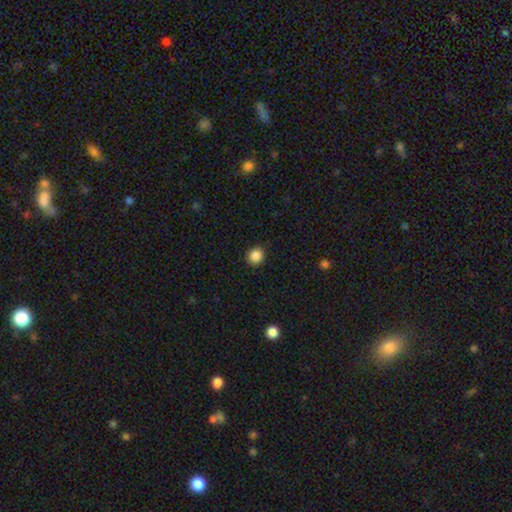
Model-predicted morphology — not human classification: Smooth or featured: smooth — 87% (star or artifact — 10%)
How rounded: round — 82% (in between — 17%)
Merging: none — 89% (minor disturbance — 8%)